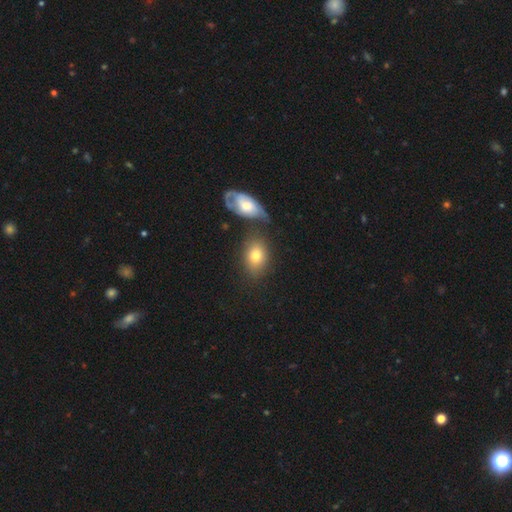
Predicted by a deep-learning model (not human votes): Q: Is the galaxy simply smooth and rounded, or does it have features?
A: smooth — 73%.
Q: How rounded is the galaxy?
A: in between — 73%.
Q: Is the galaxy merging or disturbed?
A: none — 62%.